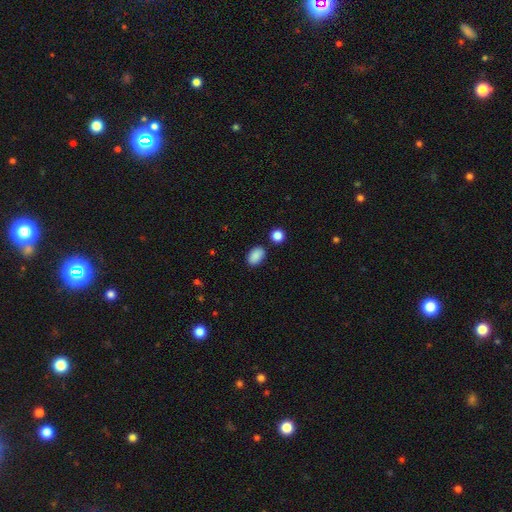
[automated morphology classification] Smooth or featured? Predicted: smooth (p=0.89). How rounded? Predicted: in between (p=0.88). Merging? Predicted: none (p=0.85).